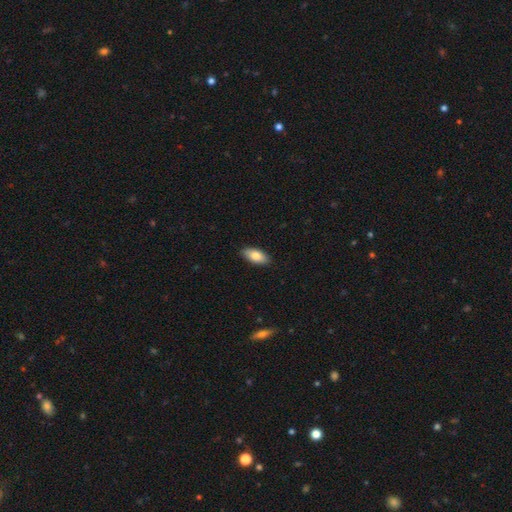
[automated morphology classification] type=smooth (81%); roundness=in between (90%); merging=none (88%).